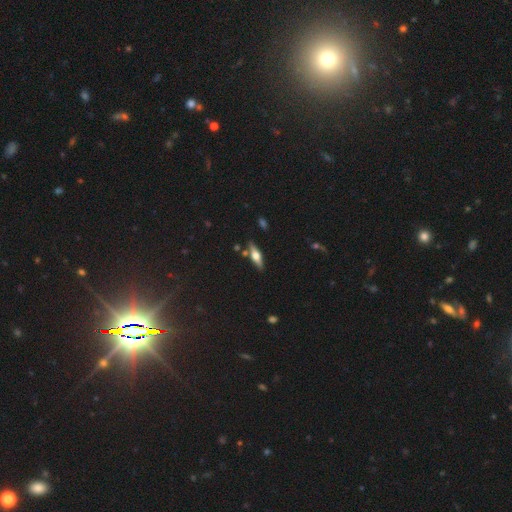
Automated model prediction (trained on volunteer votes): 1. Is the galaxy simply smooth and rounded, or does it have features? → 59% featured or disk, 34% smooth, 7% star or artifact.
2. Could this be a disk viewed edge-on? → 94% yes, 6% no.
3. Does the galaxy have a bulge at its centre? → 93% rounded, 5% boxy, 2% none.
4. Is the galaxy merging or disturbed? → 83% none, 10% minor disturbance, 5% merger, 2% major disturbance.